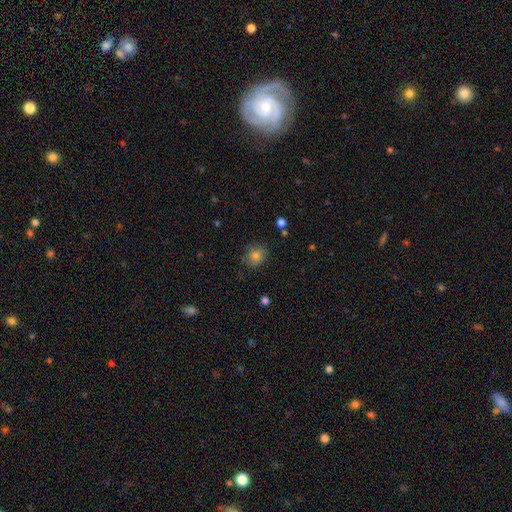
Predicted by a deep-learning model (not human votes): smooth_or_featured: smooth (p=0.81) [alt: star or artifact p=0.12]
how_rounded: round (p=0.79) [alt: in between p=0.20]
merging: none (p=0.85) [alt: minor disturbance p=0.11]